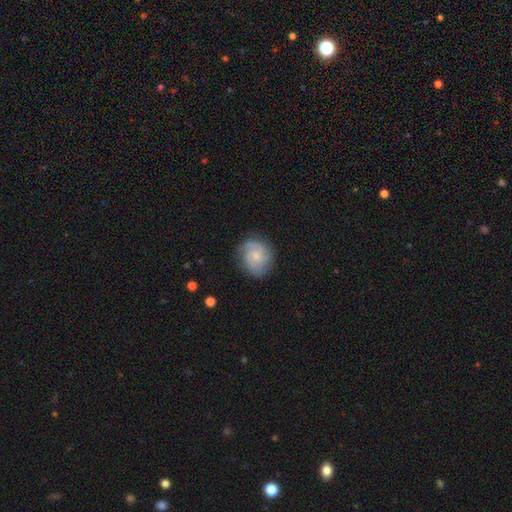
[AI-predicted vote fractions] A featured or disk galaxy (66%) with no bar (68%), 2 (54%) tight (50%) spiral arms (93%) and a small central bulge (62%).

Vote fractions:
- Smooth or featured? featured or disk: 66% / smooth: 27% / star or artifact: 7%
- Edge-on disk? no: 98% / yes: 2%
- Bar? no: 68% / weak: 29% / strong: 3%
- Spiral arms? yes: 93% / no: 7%
- Spiral winding? tight: 50% / medium: 38% / loose: 12%
- Spiral arm count? 2: 54% / can't tell: 19% / 3: 14% / 1: 6% / 4: 3% / more than 4: 3%
- Bulge size? small: 62% / moderate: 26% / none: 9% / large: 2% / dominant: 1%
- Merging? none: 77% / minor disturbance: 17% / major disturbance: 5% / merger: 1%